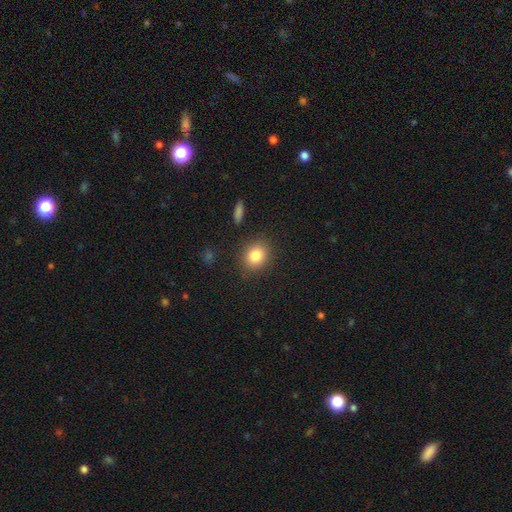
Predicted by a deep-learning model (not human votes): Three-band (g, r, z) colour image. It shows a smooth galaxy with no disk features (83%) that is round (65%). Merging: none (86%).